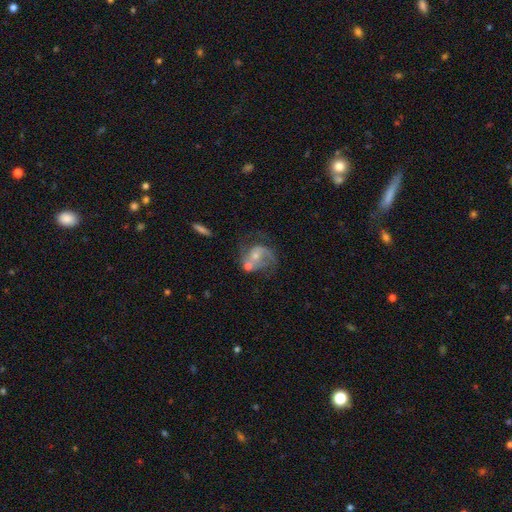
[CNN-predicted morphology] type=featured or disk (69%); edge-on=no (97%); bar=no (63%); spiral arms=yes (83%); winding=medium (47%); arm count=2 (65%); bulge=small (48%); merging=none (32%, tied with merger).